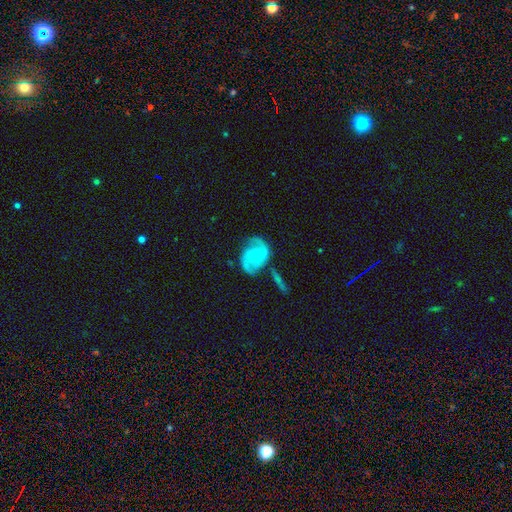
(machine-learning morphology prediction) smooth-or-featured: featured or disk: 86% | smooth: 9% | star or artifact: 5%
  disk-edge-on: no: 98% | yes: 2%
    bar: no: 64% | weak: 31% | strong: 6%
    has-spiral-arms: yes: 97% | no: 3%
      spiral-winding: medium: 53% | tight: 31% | loose: 16%
      spiral-arm-count: 2: 90% | can't tell: 3% | 3: 3% | 1: 2% | 4: 1% | more than 4: 1%
    bulge-size: small: 63% | none: 20% | moderate: 15% | large: 1% | dominant: 1%
  merging: none: 70% | minor disturbance: 17% | major disturbance: 7% | merger: 6%